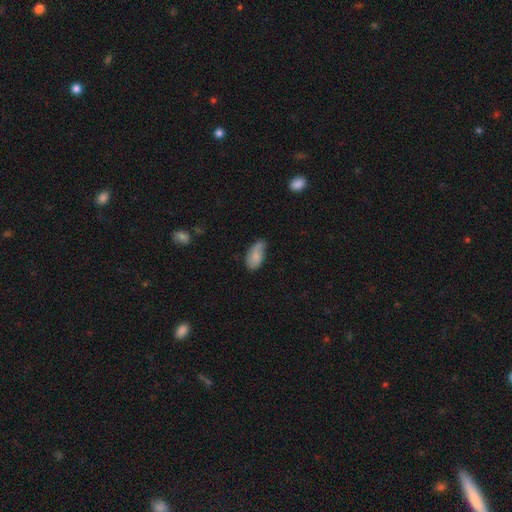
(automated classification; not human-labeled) smooth_or_featured: smooth (p=0.74) [alt: featured or disk p=0.19]
how_rounded: in between (p=0.93) [alt: cigar-shaped p=0.04]
merging: none (p=0.45) [alt: minor disturbance p=0.41]